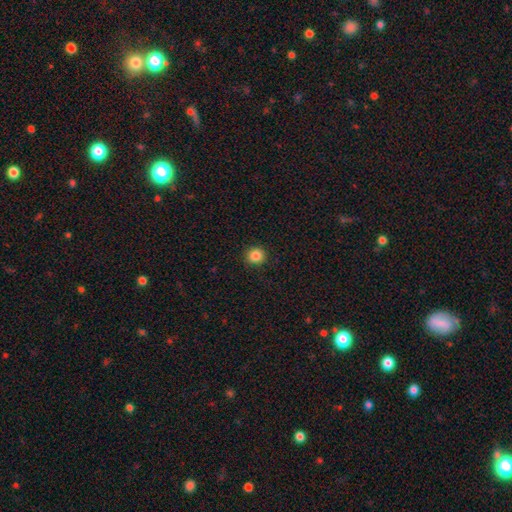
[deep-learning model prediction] The model was most divided on "smooth or featured": smooth: 85%, star or artifact: 11%, featured or disk: 4%. More confident: how rounded — round (93%); merging — none (92%).